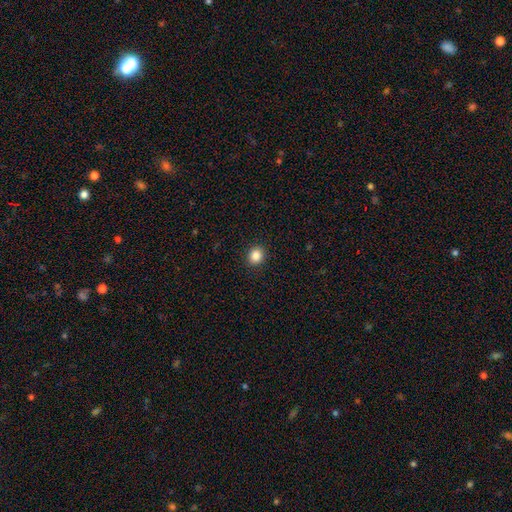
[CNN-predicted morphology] Smooth or featured? smooth (86%)
How rounded? round (80%)
Merging? none (92%)